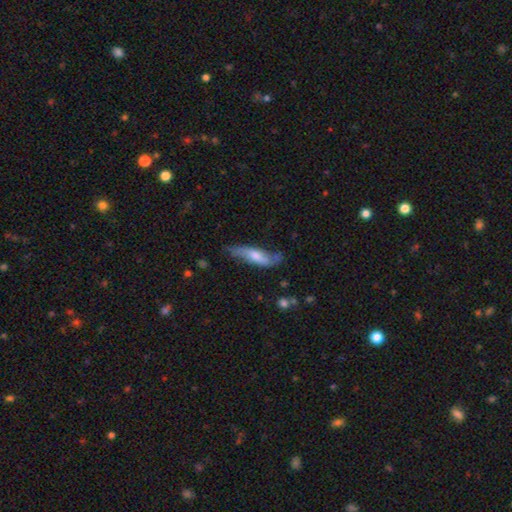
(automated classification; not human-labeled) Smooth or featured? featured or disk (49%)
Merging? none (57%)